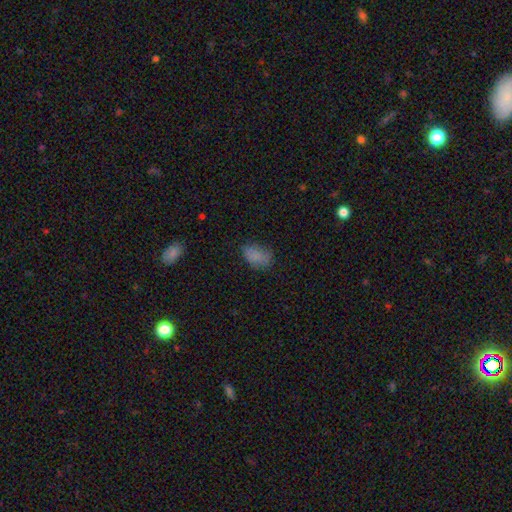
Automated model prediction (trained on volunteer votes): Smooth or featured?
  - smooth: 80% *
  - star or artifact: 12%
  - featured or disk: 7%
How rounded?
  - in between: 89% *
  - round: 9%
  - cigar-shaped: 2%
Merging?
  - none: 62% *
  - minor disturbance: 27%
  - major disturbance: 9%
  - merger: 2%